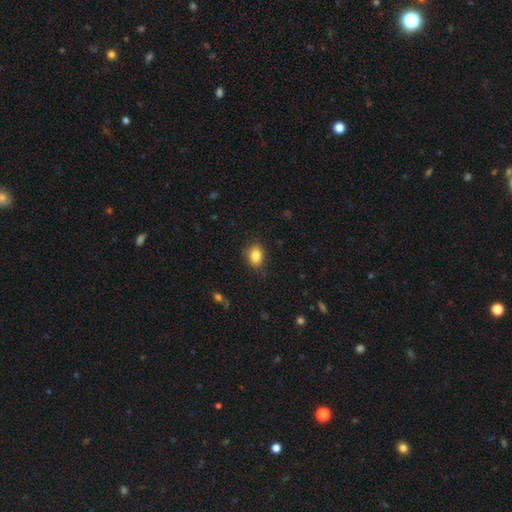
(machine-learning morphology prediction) A smooth galaxy with no disk features (85%) that is in between round and cigar-shaped (61%). Merging: none (82%).